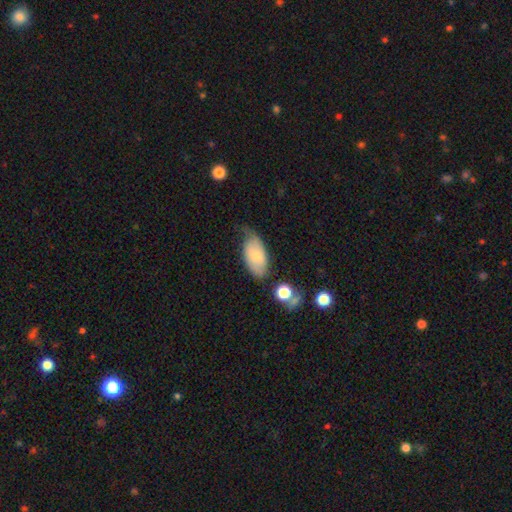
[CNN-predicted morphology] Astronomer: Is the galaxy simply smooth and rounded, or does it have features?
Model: smooth — 66%.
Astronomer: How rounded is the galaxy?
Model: in between — 93%.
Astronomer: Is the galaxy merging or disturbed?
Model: none — 49% (runner-up: minor disturbance, 35%).